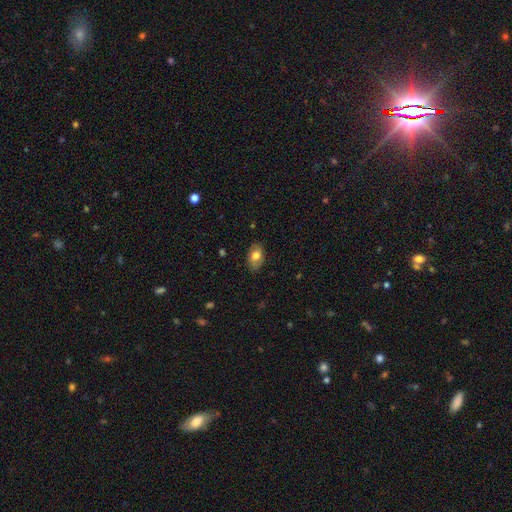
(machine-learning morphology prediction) Overall: smooth (74%). How rounded: in between (89%). Merging: none (83%).